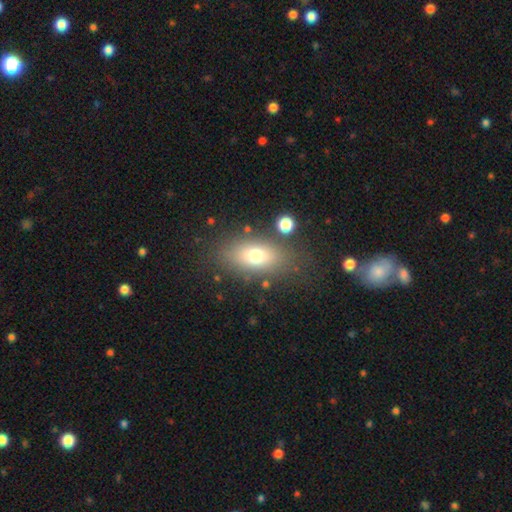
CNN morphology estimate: Smooth or featured? smooth (72%)
How rounded? in between (82%)
Merging? none (76%)